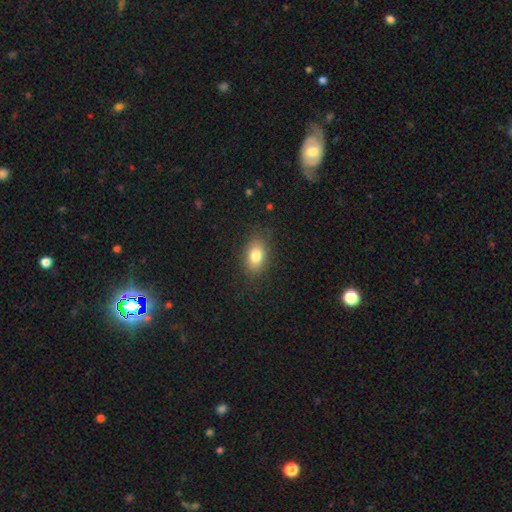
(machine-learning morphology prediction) This appears to be a smooth galaxy with no disk features (81%) that is in between round and cigar-shaped (85%). Merging: none (83%).